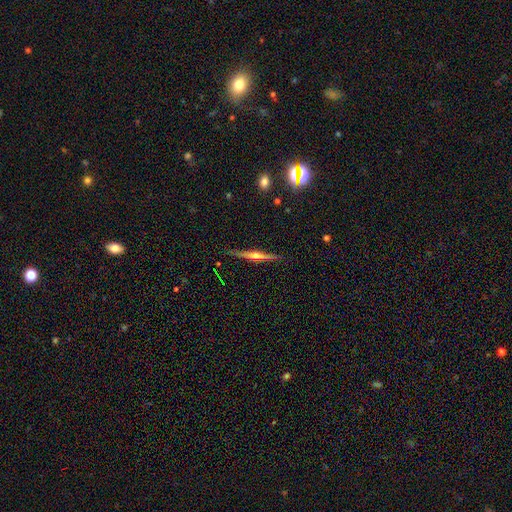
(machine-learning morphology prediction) A featured or disk galaxy (76%) viewed edge-on (98%) with a rounded central bulge (89%). Merging: none (89%).